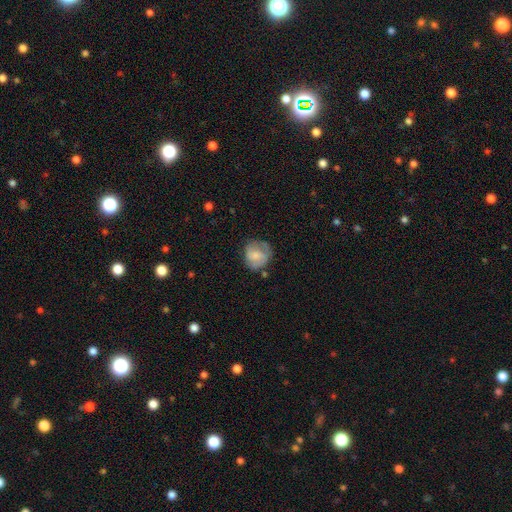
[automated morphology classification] smooth_or_featured: smooth (p=0.61) [alt: featured or disk p=0.31]
how_rounded: round (p=0.80) [alt: in between p=0.19]
merging: none (p=0.61) [alt: minor disturbance p=0.25]